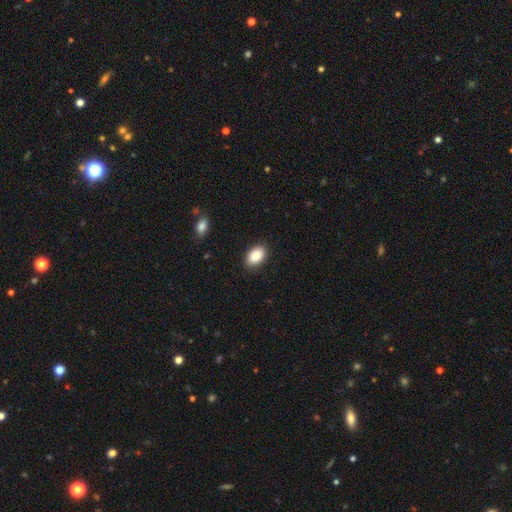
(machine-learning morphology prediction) This appears to be a smooth galaxy with no disk features (87%) that is in between round and cigar-shaped (89%). Merging: none (88%).